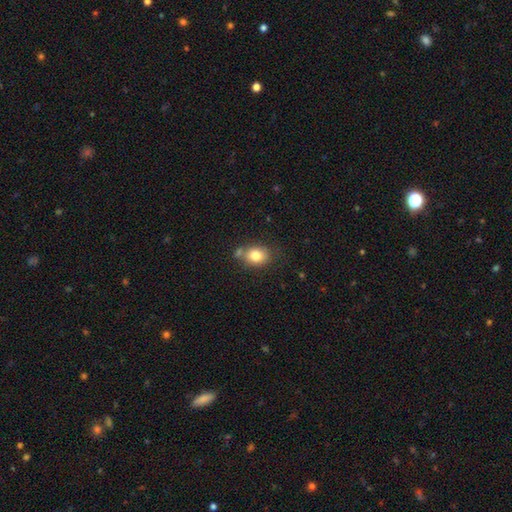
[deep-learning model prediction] smooth 80%, featured or disk 11%, star or artifact 9%. Down the decision tree: how rounded — in between (52%); merging — none (60%).